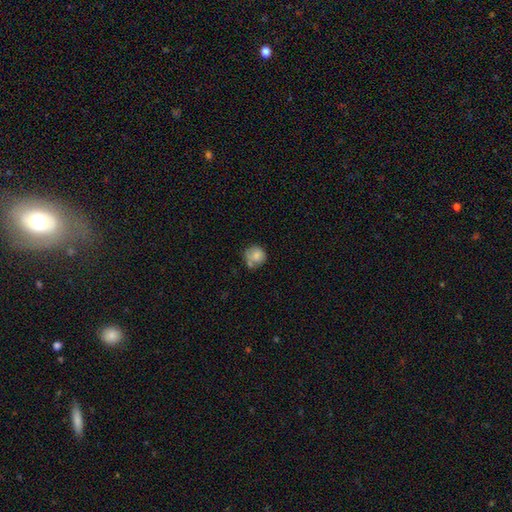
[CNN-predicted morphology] smooth-or-featured: smooth: 75% | featured or disk: 16% | star or artifact: 8%
  how-rounded: round: 85% | in between: 14% | cigar-shaped: 1%
  merging: none: 53% | minor disturbance: 22% | merger: 18% | major disturbance: 7%